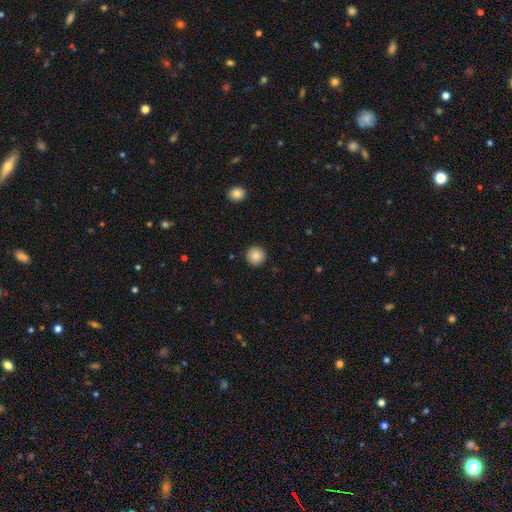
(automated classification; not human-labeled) smooth-or-featured: smooth: 87% | star or artifact: 9% | featured or disk: 4%
  how-rounded: round: 95% | in between: 4% | cigar-shaped: 1%
  merging: none: 92% | minor disturbance: 5% | major disturbance: 2% | merger: 1%